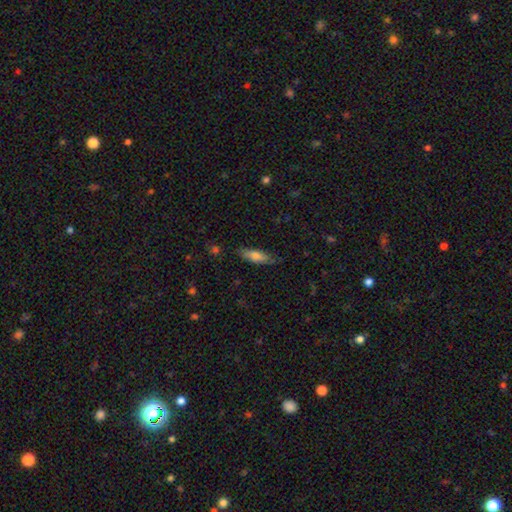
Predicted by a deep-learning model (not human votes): The model was most divided on "how rounded": in between: 51%, cigar-shaped: 47%, round: 2%. More confident: merging — none (74%); smooth or featured — smooth (73%).